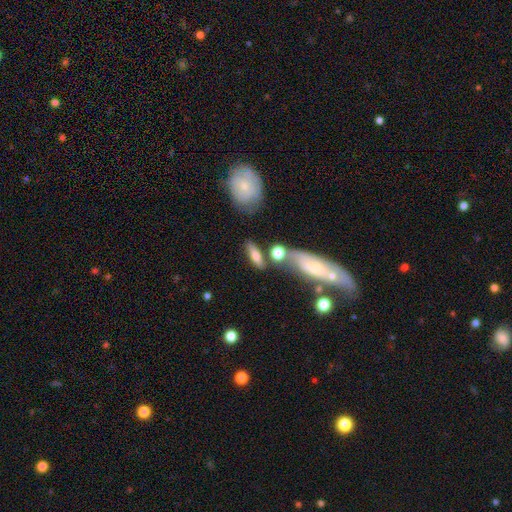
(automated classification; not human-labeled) Overall: smooth (64%; featured or disk 28%). How rounded: in between (53%; cigar-shaped 40%). Merging: none (56%; merger 22%).